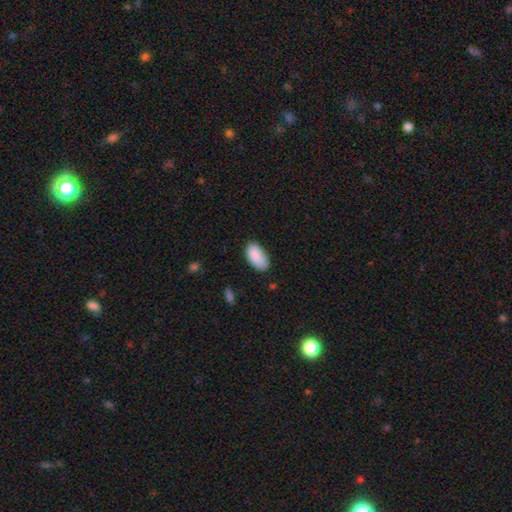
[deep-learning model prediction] Morphology: type=smooth (89%); roundness=in between (95%); merging=none (74%).